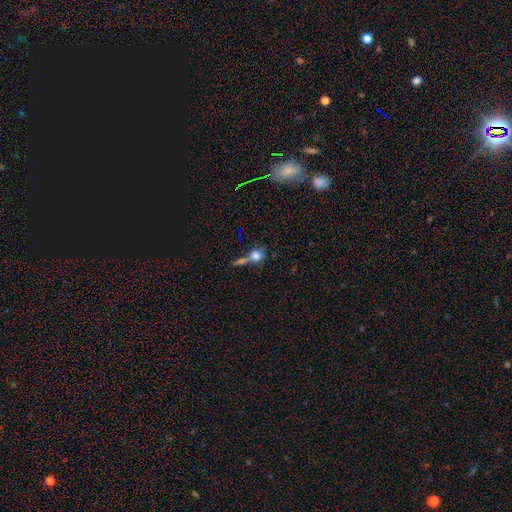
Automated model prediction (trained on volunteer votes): smooth 68%, featured or disk 17%, star or artifact 14%. Down the decision tree: how rounded — round (67%); merging — none (41%).